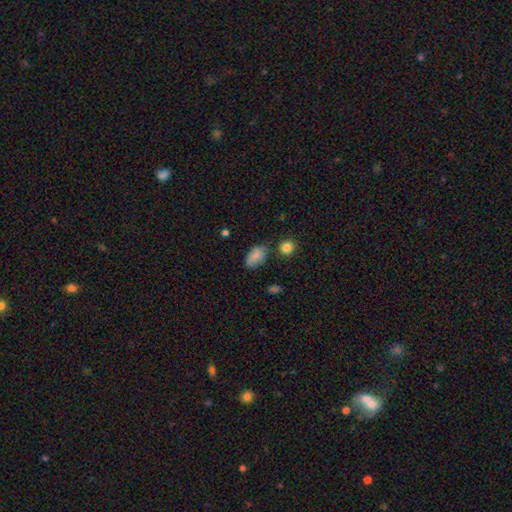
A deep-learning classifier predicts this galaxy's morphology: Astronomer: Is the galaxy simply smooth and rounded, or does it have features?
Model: smooth — 83%.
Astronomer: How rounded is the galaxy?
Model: in between — 90%.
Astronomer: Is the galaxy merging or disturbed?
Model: none — 61%.